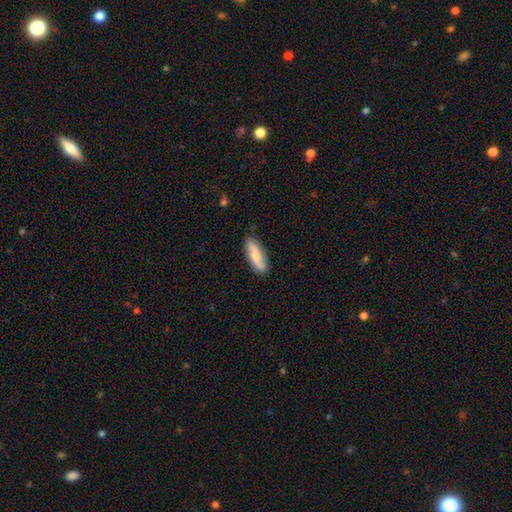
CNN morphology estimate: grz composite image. It shows a smooth galaxy with no disk features (61%) that is in between round and cigar-shaped (56%). Merging: none (82%).